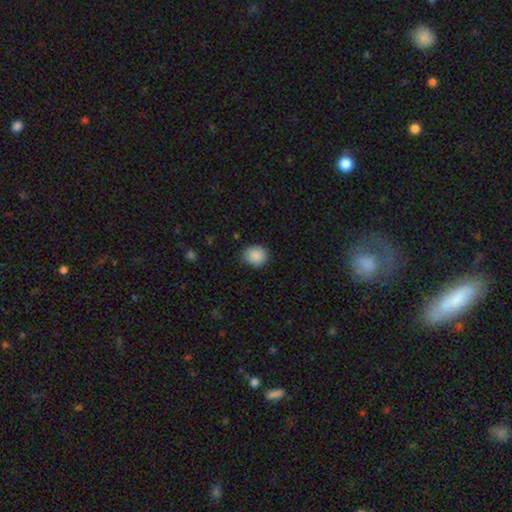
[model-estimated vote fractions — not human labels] Smooth or featured?
  - smooth: 89% *
  - star or artifact: 8%
  - featured or disk: 3%
How rounded?
  - round: 72% *
  - in between: 27%
  - cigar-shaped: 1%
Merging?
  - none: 79% *
  - minor disturbance: 17%
  - major disturbance: 3%
  - merger: 1%